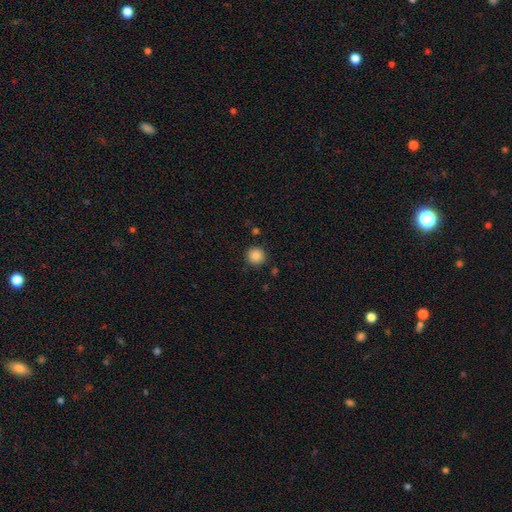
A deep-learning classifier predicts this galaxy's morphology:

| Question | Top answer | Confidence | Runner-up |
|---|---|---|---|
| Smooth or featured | smooth | 87% | star or artifact (10%) |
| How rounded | round | 94% | in between (5%) |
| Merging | none | 88% | minor disturbance (7%) |